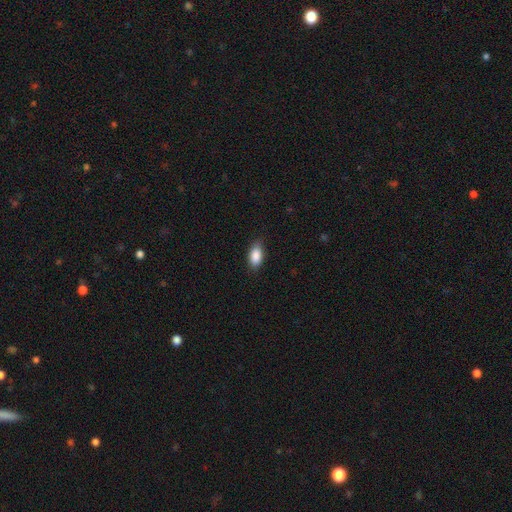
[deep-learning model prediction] This is clearly a smooth galaxy (88%). How rounded: clearly in between (91%). Merging: clearly none (84%).